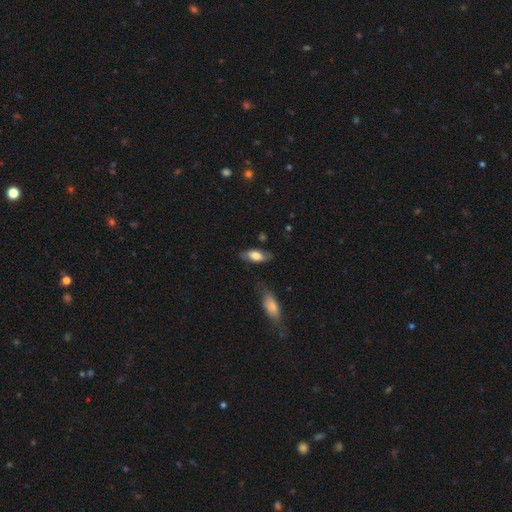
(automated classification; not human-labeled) Smooth or featured: smooth — 69% (featured or disk — 25%)
How rounded: in between — 84% (cigar-shaped — 14%)
Merging: none — 72% (minor disturbance — 20%)